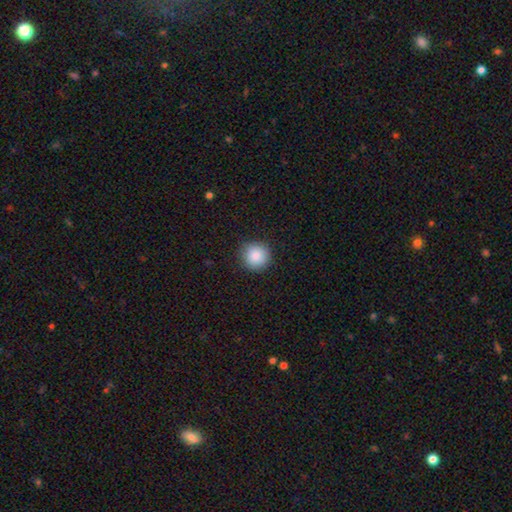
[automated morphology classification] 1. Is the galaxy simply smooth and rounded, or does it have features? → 85% smooth, 9% star or artifact, 6% featured or disk.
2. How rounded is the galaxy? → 94% round, 5% in between, 1% cigar-shaped.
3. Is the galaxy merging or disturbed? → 89% none, 8% minor disturbance, 2% major disturbance, 1% merger.